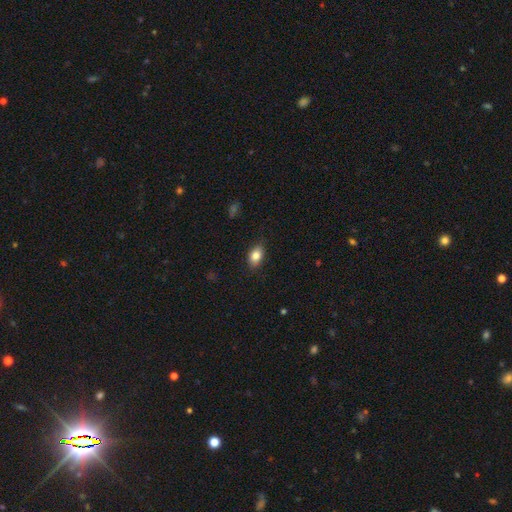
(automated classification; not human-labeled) smooth-or-featured: smooth: 84% | featured or disk: 8% | star or artifact: 8%
  how-rounded: in between: 85% | round: 13% | cigar-shaped: 2%
  merging: none: 82% | minor disturbance: 14% | major disturbance: 3% | merger: 1%